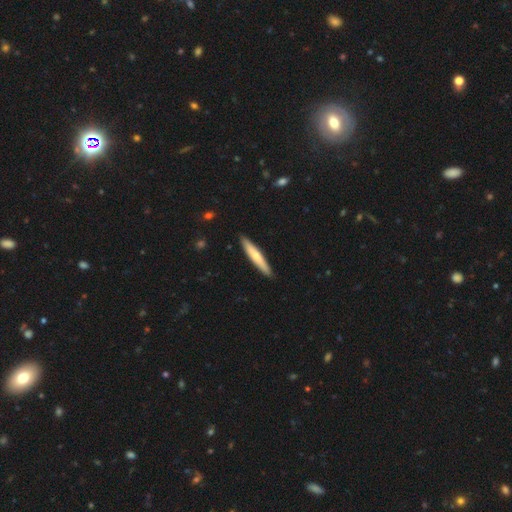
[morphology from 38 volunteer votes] smooth 63%, featured or disk 32%, star or artifact 5%. Down the decision tree: how rounded — cigar-shaped (83%); merging — none (92%).